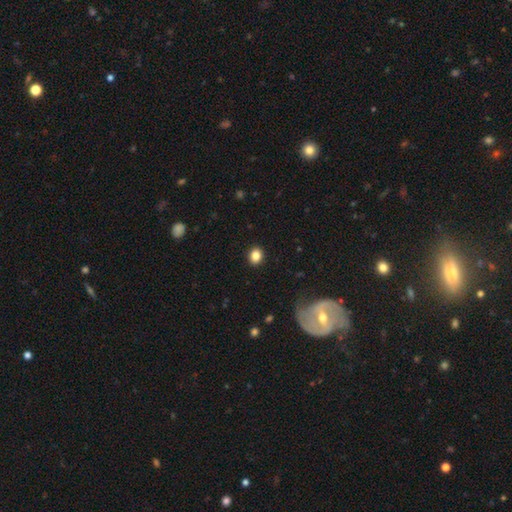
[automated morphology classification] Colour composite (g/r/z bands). It shows a smooth galaxy with no disk features (85%) that is round (66%). Merging: none (91%).